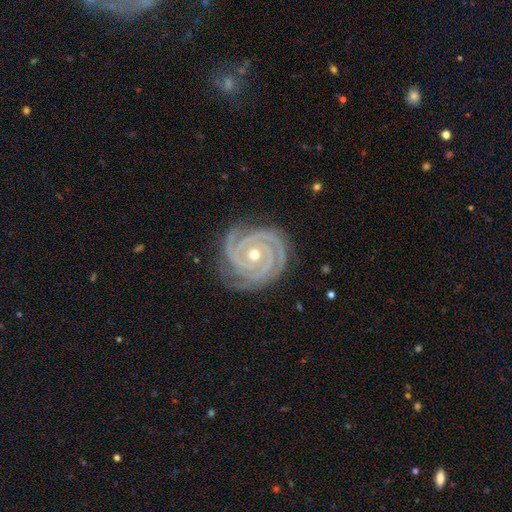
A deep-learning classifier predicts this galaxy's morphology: smooth_or_featured: featured or disk (p=0.94) [alt: star or artifact p=0.04]
disk_edge_on: no (p=0.98) [alt: yes p=0.02]
bar: no (p=0.65) [alt: weak p=0.20]
has_spiral_arms: yes (p=0.99) [alt: no p=0.01]
spiral_winding: tight (p=0.87) [alt: medium p=0.12]
spiral_arm_count: 3 (p=0.47) [alt: 2 p=0.26]
bulge_size: moderate (p=0.54) [alt: small p=0.44]
merging: none (p=0.82) [alt: minor disturbance p=0.14]